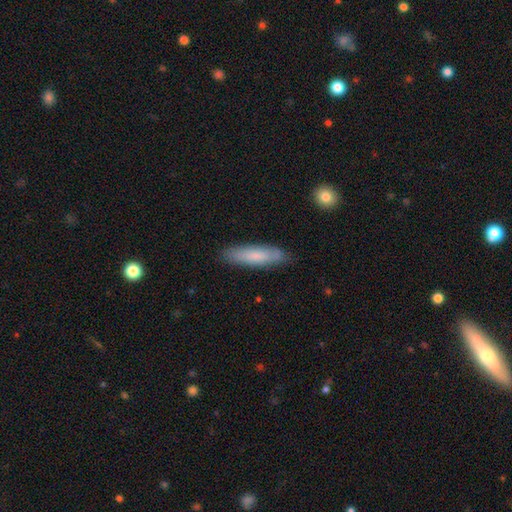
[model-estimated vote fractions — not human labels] Smooth or featured? Predicted: smooth (p=0.76). How rounded? Predicted: cigar-shaped (p=0.68). Merging? Predicted: none (p=0.84).